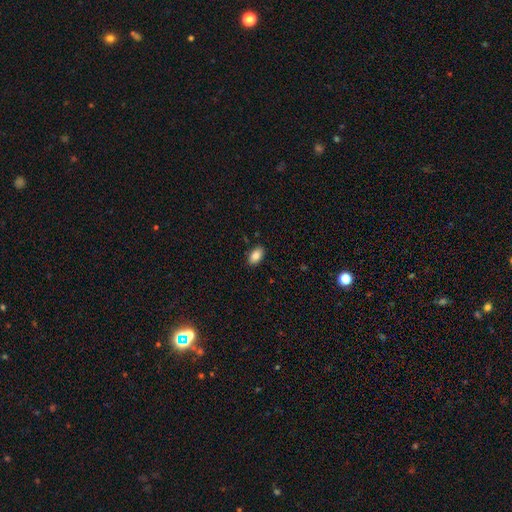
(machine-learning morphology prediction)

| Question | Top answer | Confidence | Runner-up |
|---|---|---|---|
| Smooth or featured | smooth | 85% | star or artifact (8%) |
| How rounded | in between | 92% | round (6%) |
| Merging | none | 88% | minor disturbance (9%) |